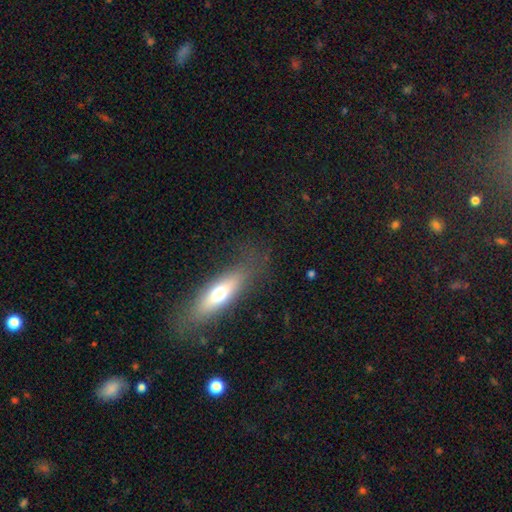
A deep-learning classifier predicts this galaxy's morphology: Smooth or featured?
  - smooth: 46% *
  - featured or disk: 42%
  - star or artifact: 12%
Merging?
  - none: 79% *
  - minor disturbance: 15%
  - major disturbance: 5%
  - merger: 2%